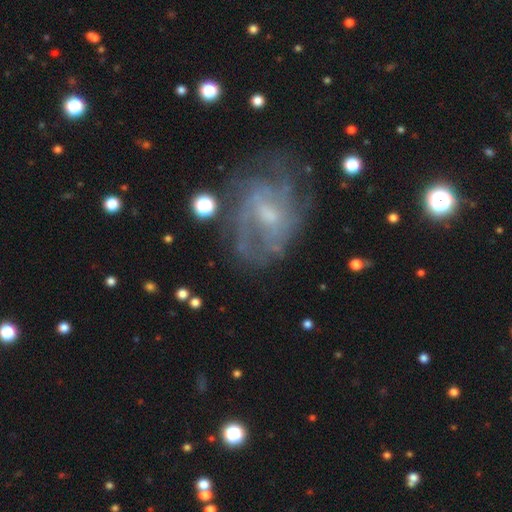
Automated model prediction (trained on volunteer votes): smooth-or-featured: featured or disk: 75% | smooth: 15% | star or artifact: 11%
  disk-edge-on: no: 97% | yes: 3%
    bar: weak: 49% | no: 42% | strong: 9%
    has-spiral-arms: yes: 78% | no: 22%
      spiral-winding: medium: 42% | tight: 35% | loose: 23%
      spiral-arm-count: can't tell: 49% | 2: 21% | 3: 13% | 4: 7% | 1: 6% | more than 4: 5%
    bulge-size: small: 51% | moderate: 33% | none: 13% | large: 2% | dominant: 1%
  merging: none: 61% | minor disturbance: 20% | major disturbance: 16% | merger: 3%